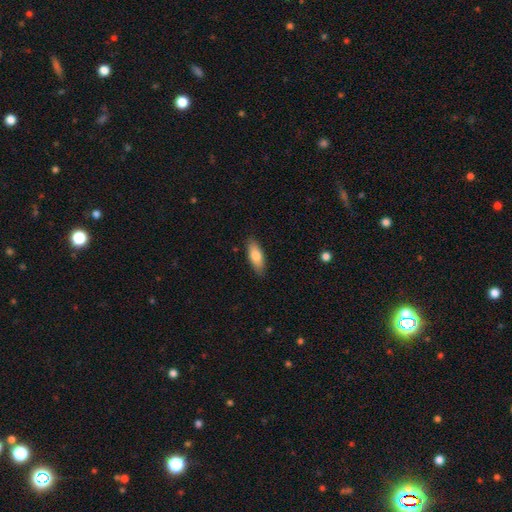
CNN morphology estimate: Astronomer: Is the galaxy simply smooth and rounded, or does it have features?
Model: smooth — 78%.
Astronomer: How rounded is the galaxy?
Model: in between — 72%.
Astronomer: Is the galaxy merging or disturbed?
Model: none — 87%.